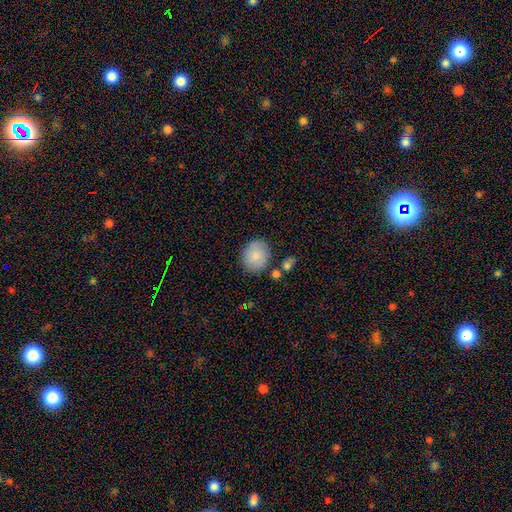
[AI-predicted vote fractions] Smooth or featured? Predicted: smooth (p=0.84). How rounded? Predicted: round (p=0.69). Merging? Predicted: none (p=0.79).